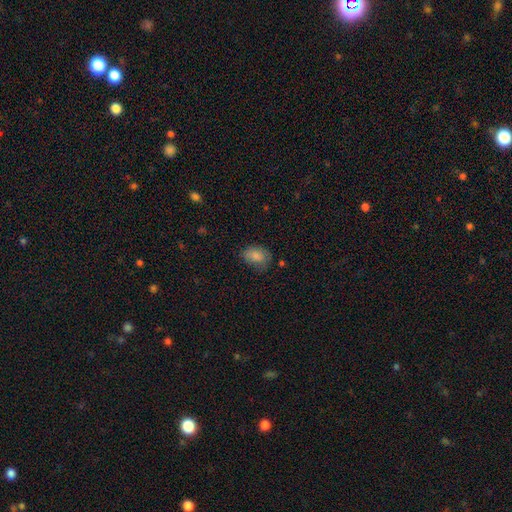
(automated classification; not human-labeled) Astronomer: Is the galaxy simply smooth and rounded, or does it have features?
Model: smooth — 84%.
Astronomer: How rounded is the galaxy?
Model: in between — 77%.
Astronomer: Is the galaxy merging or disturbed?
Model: none — 64%.